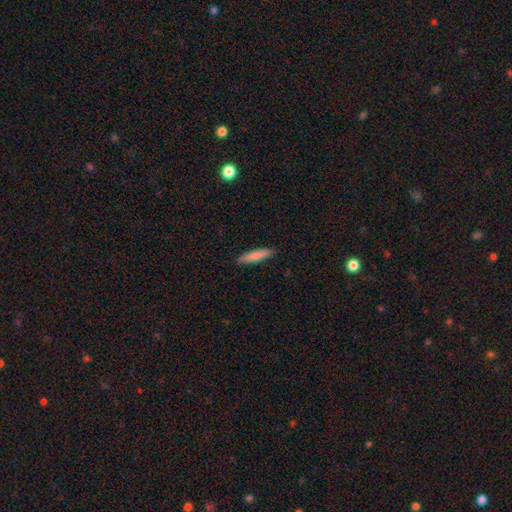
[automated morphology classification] Smooth or featured: smooth — 84% (featured or disk — 10%)
How rounded: cigar-shaped — 85% (in between — 14%)
Merging: none — 89% (minor disturbance — 8%)